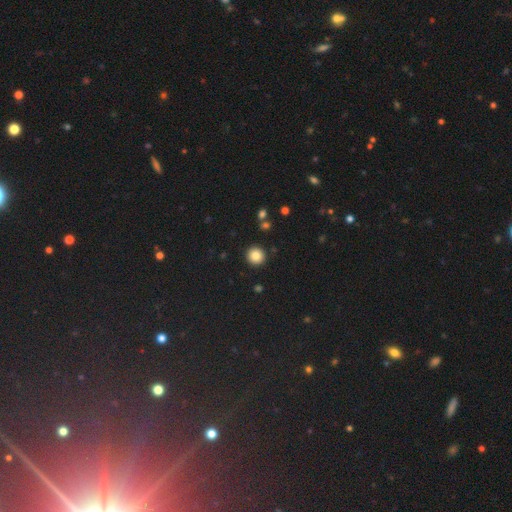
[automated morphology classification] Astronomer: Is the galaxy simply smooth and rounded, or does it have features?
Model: smooth — 85%.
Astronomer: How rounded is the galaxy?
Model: round — 94%.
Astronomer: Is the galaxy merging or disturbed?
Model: none — 91%.